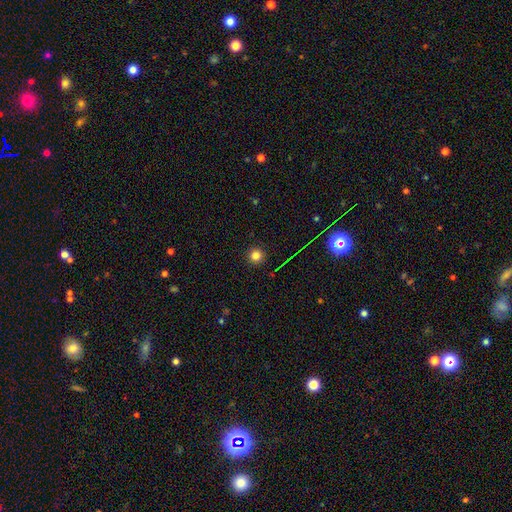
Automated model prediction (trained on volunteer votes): Morphology: type=smooth (79%); roundness=round (95%); merging=none (91%).